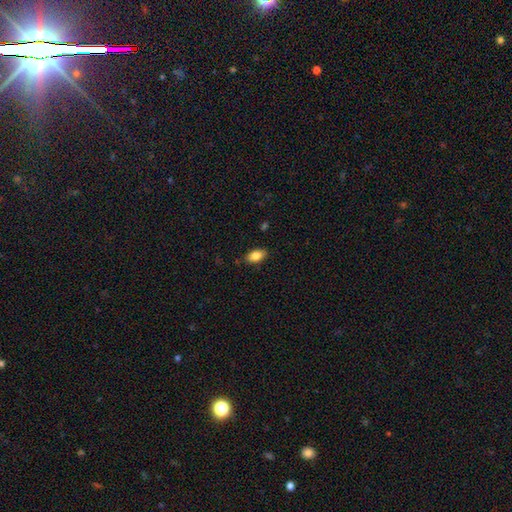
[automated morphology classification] Smooth or featured?
  - smooth: 83% *
  - featured or disk: 10%
  - star or artifact: 8%
How rounded?
  - in between: 91% *
  - round: 5%
  - cigar-shaped: 4%
Merging?
  - none: 85% *
  - minor disturbance: 11%
  - major disturbance: 2%
  - merger: 1%